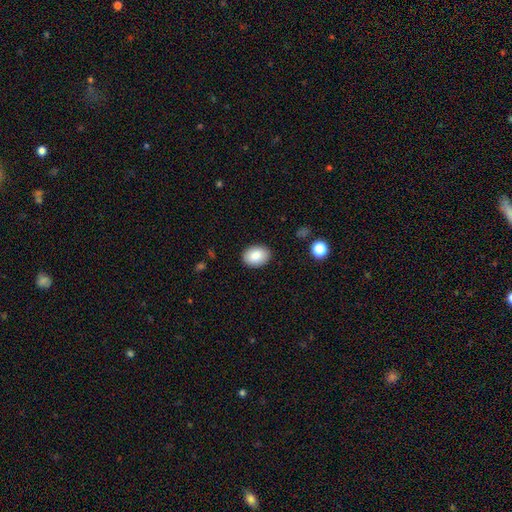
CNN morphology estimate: Smooth or featured? smooth (87%)
How rounded? in between (74%)
Merging? none (89%)